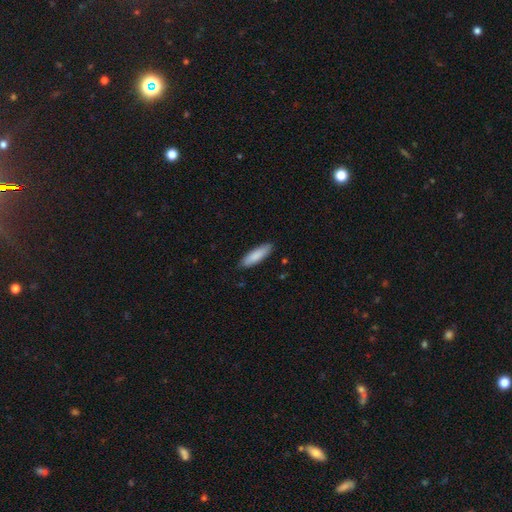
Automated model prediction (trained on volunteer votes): Smooth or featured? Predicted: smooth (p=0.86). How rounded? Predicted: cigar-shaped (p=0.61). Merging? Predicted: none (p=0.85).